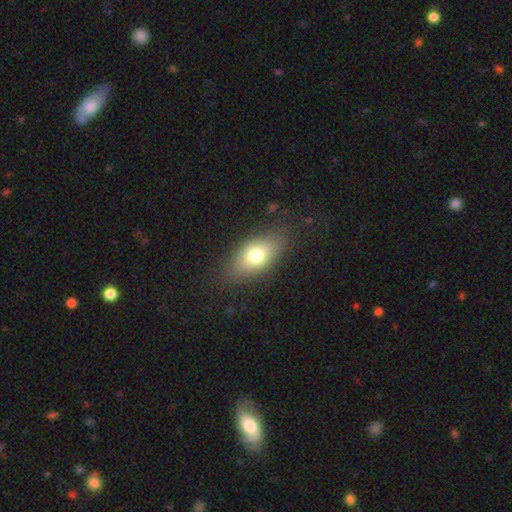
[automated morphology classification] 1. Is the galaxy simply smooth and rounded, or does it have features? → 74% smooth, 16% featured or disk, 10% star or artifact.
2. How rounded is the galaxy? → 85% in between, 10% round, 5% cigar-shaped.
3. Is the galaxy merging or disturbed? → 81% none, 13% minor disturbance, 5% major disturbance, 1% merger.